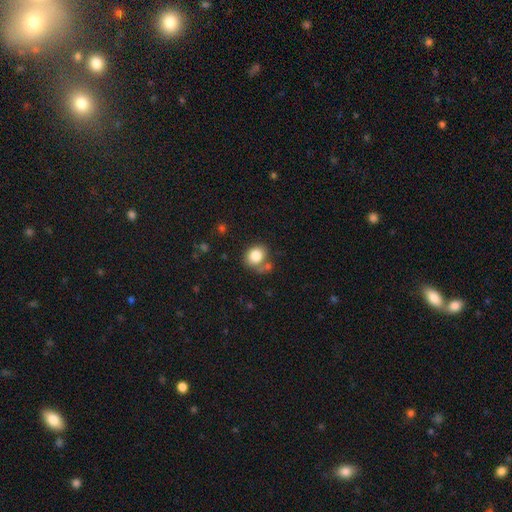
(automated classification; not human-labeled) smooth 83%, star or artifact 9%, featured or disk 8%. Down the decision tree: how rounded — round (63%); merging — none (60%).